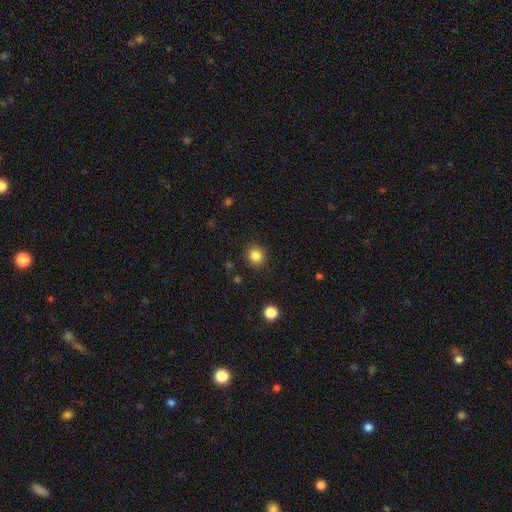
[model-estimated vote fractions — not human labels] Morphology: type=smooth (84%); roundness=round (86%); merging=none (90%).